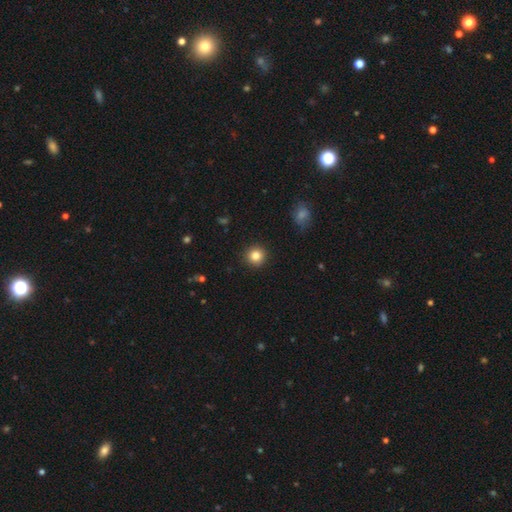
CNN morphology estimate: smooth 84%, star or artifact 11%, featured or disk 6%. Down the decision tree: how rounded — round (94%); merging — none (92%).